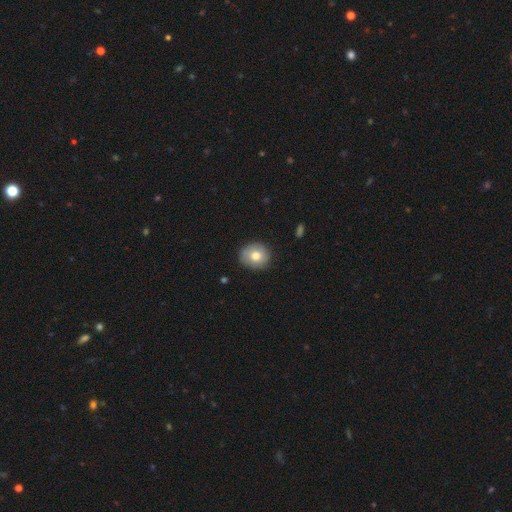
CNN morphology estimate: Smooth or featured: smooth — 76% (featured or disk — 16%)
How rounded: round — 80% (in between — 19%)
Merging: none — 83% (minor disturbance — 13%)